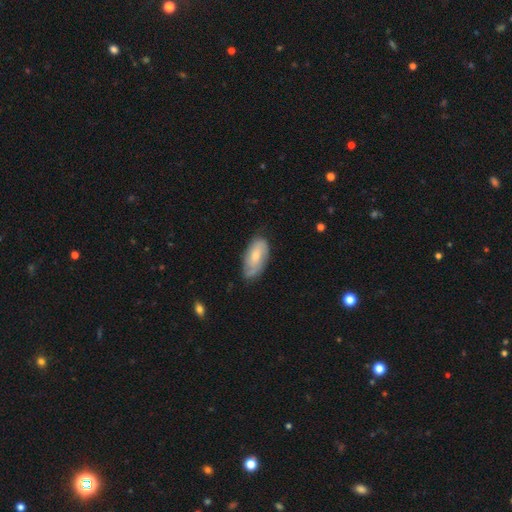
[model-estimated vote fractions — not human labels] smooth_or_featured: smooth (p=0.53) [alt: featured or disk p=0.41]
how_rounded: in between (p=0.91) [alt: cigar-shaped p=0.06]
merging: none (p=0.66) [alt: minor disturbance p=0.27]